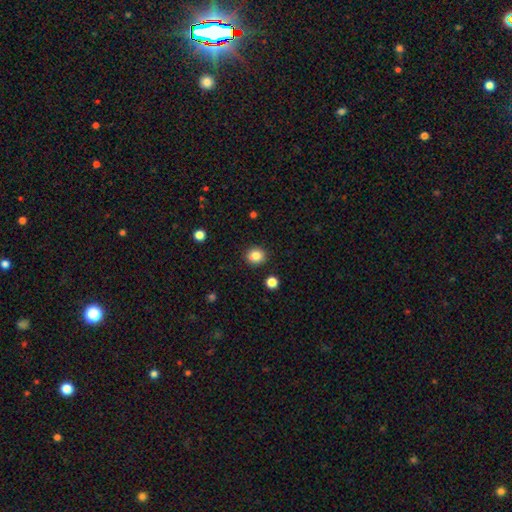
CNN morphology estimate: This is clearly a smooth galaxy (85%). How rounded: clearly round (82%). Merging: clearly none (90%).